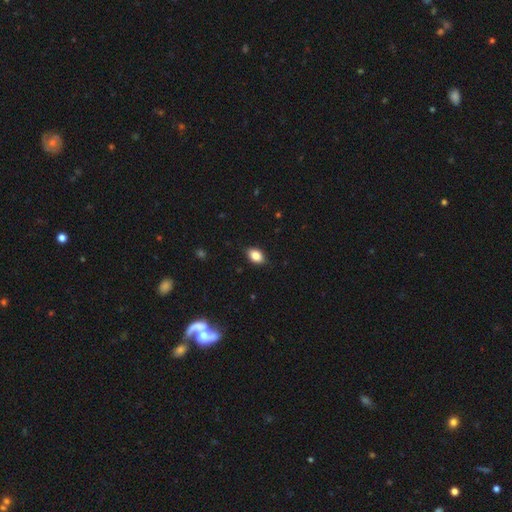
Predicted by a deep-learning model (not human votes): smooth-or-featured: smooth: 85% | star or artifact: 8% | featured or disk: 6%
  how-rounded: in between: 86% | round: 12% | cigar-shaped: 2%
  merging: none: 86% | minor disturbance: 11% | major disturbance: 2% | merger: 1%